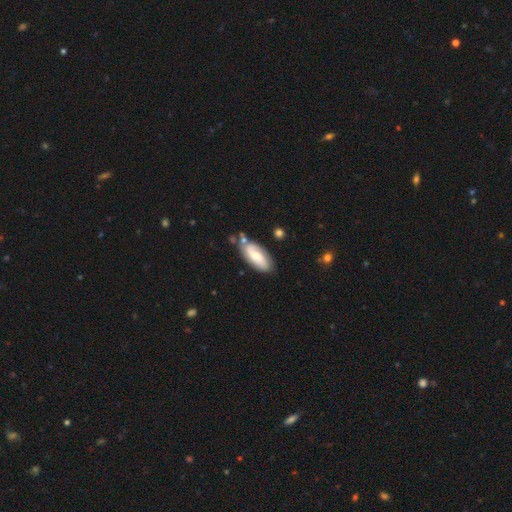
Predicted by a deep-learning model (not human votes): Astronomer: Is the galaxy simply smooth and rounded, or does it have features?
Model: featured or disk — 49% (runner-up: smooth, 45%).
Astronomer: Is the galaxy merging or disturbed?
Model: none — 69%.